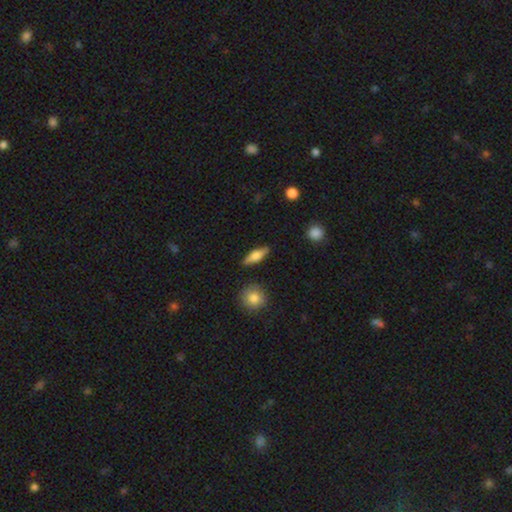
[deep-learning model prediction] Smooth or featured? smooth (54%)
How rounded? cigar-shaped (49%)
Merging? none (87%)